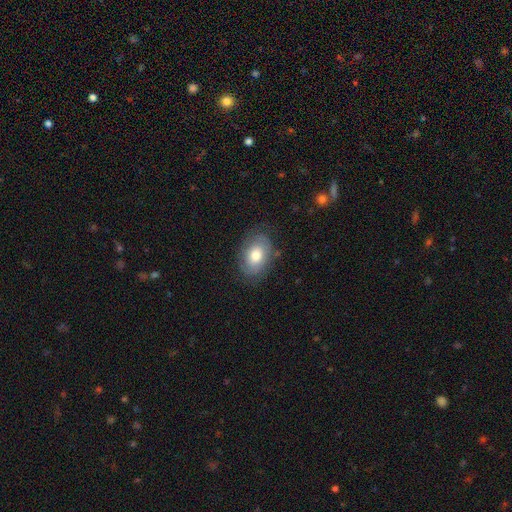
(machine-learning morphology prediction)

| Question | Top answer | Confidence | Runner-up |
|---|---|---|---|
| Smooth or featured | smooth | 68% | featured or disk (25%) |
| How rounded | in between | 85% | round (14%) |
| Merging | none | 75% | minor disturbance (18%) |